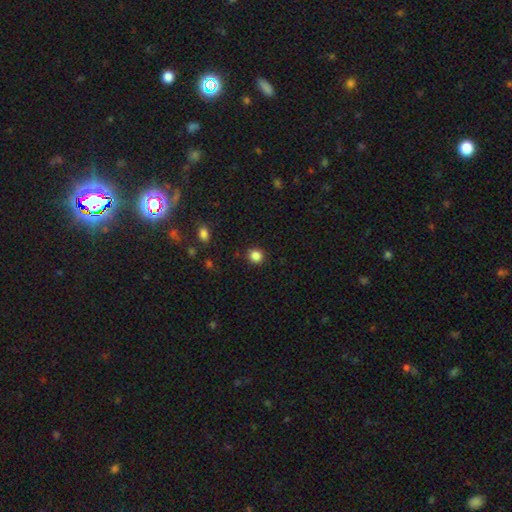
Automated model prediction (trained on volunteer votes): The model was most divided on "smooth or featured": smooth: 85%, star or artifact: 11%, featured or disk: 3%. More confident: merging — none (90%); how rounded — round (89%).